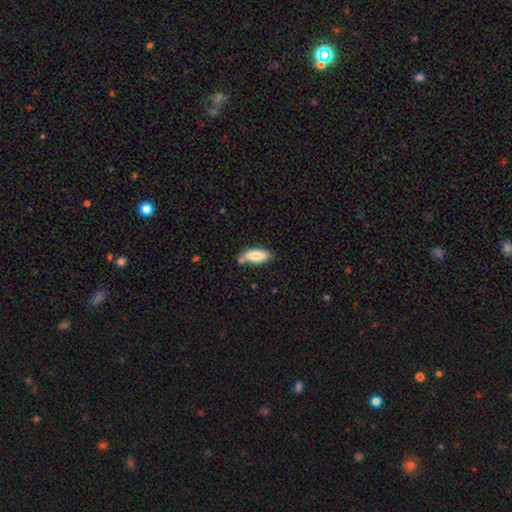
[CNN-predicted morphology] Q: Smooth or featured?
A: smooth (83%); runner-up: featured or disk (11%)
Q: How rounded?
A: in between (72%); runner-up: cigar-shaped (26%)
Q: Merging?
A: none (61%); runner-up: minor disturbance (21%)